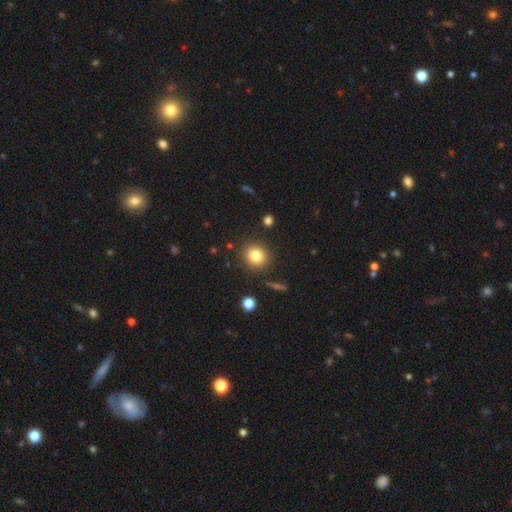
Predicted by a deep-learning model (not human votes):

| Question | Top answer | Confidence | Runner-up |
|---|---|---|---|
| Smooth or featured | smooth | 81% | star or artifact (12%) |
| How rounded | round | 85% | in between (14%) |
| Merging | none | 88% | minor disturbance (7%) |